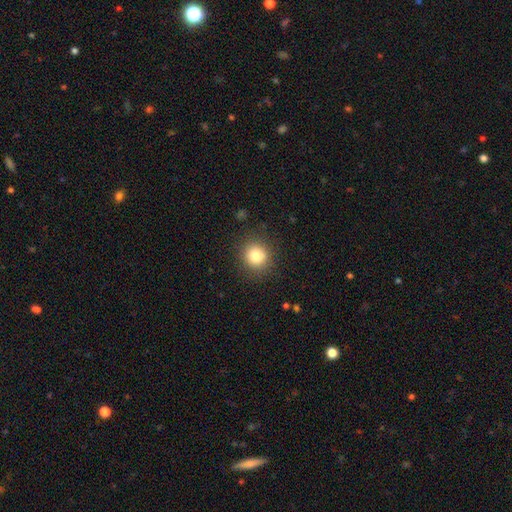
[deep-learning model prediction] Q: Smooth or featured?
A: smooth (81%); runner-up: star or artifact (11%)
Q: How rounded?
A: round (88%); runner-up: in between (11%)
Q: Merging?
A: none (87%); runner-up: minor disturbance (8%)